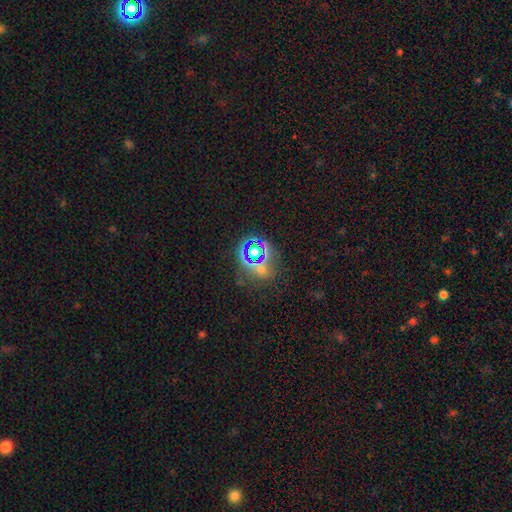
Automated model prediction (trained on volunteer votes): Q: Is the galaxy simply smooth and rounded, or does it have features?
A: star or artifact — 61%.